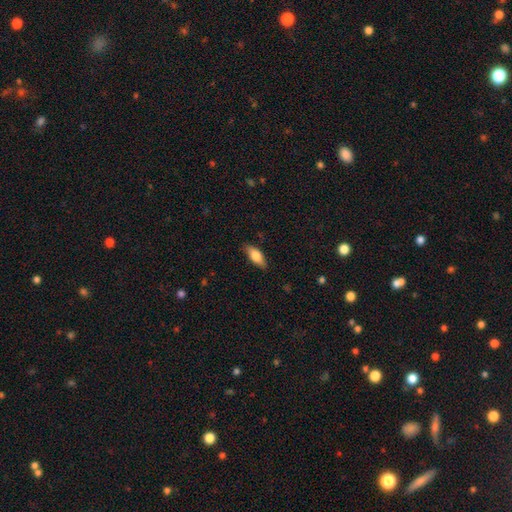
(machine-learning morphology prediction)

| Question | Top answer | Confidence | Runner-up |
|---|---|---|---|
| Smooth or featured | smooth | 74% | featured or disk (20%) |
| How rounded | in between | 76% | cigar-shaped (22%) |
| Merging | none | 84% | minor disturbance (13%) |